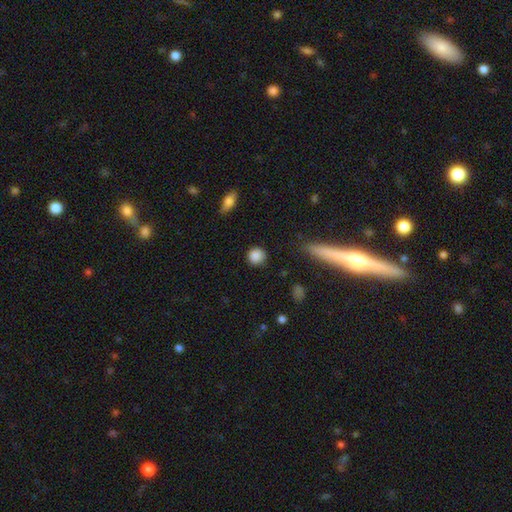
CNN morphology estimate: smooth-or-featured: smooth: 87% | star or artifact: 9% | featured or disk: 5%
  how-rounded: round: 91% | in between: 8% | cigar-shaped: 1%
  merging: none: 87% | minor disturbance: 9% | major disturbance: 3% | merger: 2%